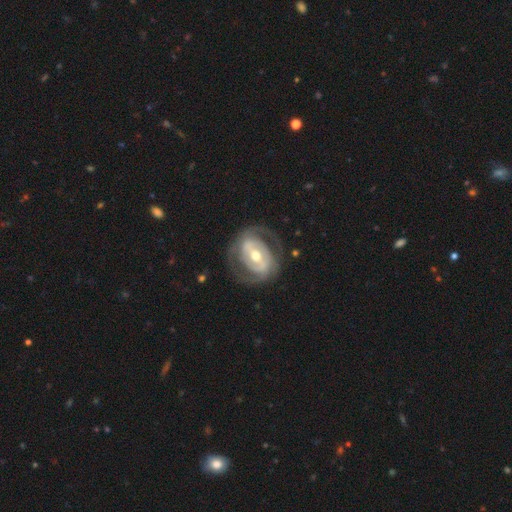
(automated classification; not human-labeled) Smooth or featured? Predicted: featured or disk (p=0.82). Edge-on disk? Predicted: no (p=0.96). Bar? Predicted: strong (p=0.42). Spiral arms? Predicted: yes (p=0.78). Spiral winding? Predicted: tight (p=0.45). Spiral arm count? Predicted: 2 (p=0.75). Bulge size? Predicted: moderate (p=0.70). Merging? Predicted: none (p=0.72).